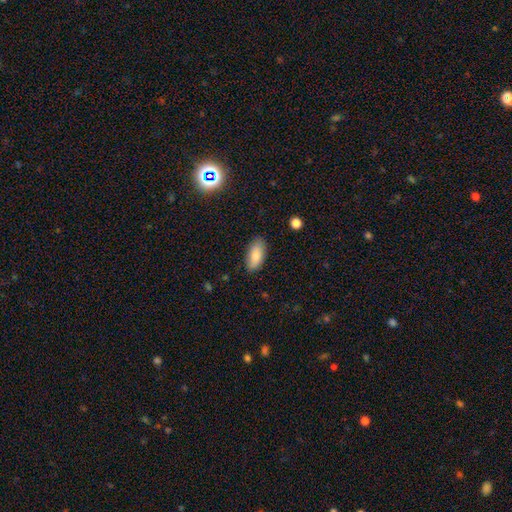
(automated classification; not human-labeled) smooth_or_featured: smooth (p=0.85) [alt: featured or disk p=0.09]
how_rounded: in between (p=0.89) [alt: cigar-shaped p=0.09]
merging: none (p=0.84) [alt: minor disturbance p=0.12]